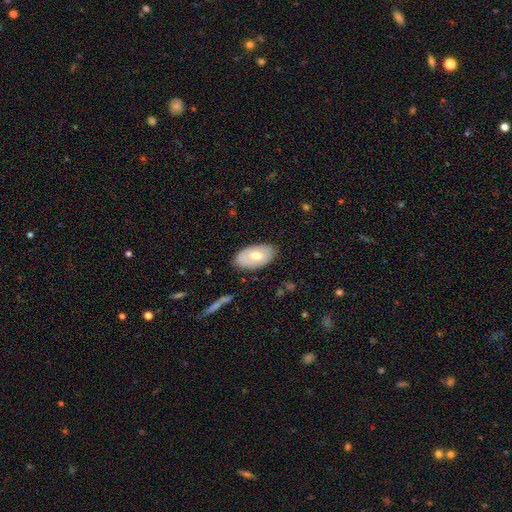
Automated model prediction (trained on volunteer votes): smooth_or_featured: smooth (p=0.62) [alt: featured or disk p=0.32]
how_rounded: in between (p=0.94) [alt: round p=0.05]
merging: none (p=0.83) [alt: minor disturbance p=0.13]